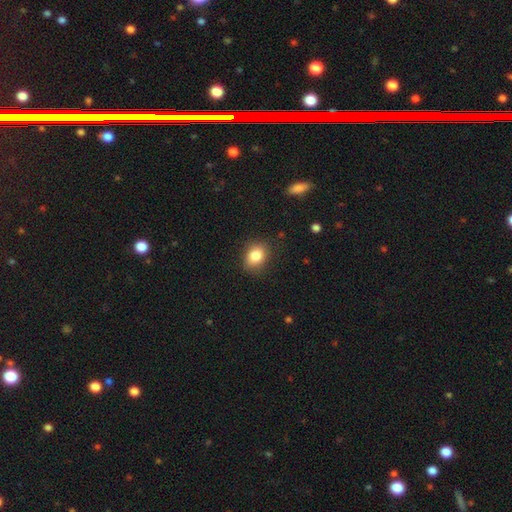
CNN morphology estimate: This appears to be a smooth galaxy with no disk features (83%) that is in between round and cigar-shaped (55%). Merging: none (83%).